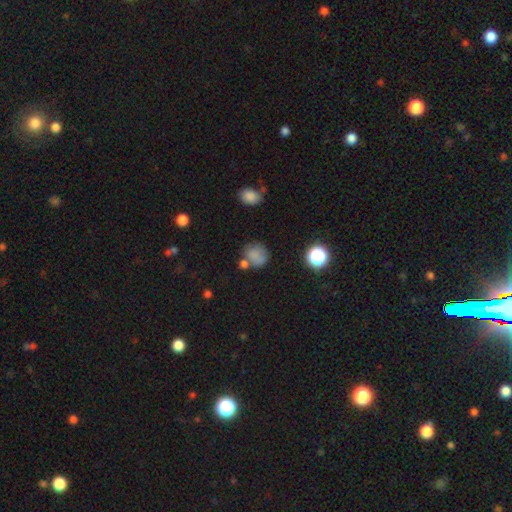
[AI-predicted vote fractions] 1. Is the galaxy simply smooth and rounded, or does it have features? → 74% smooth, 14% star or artifact, 12% featured or disk.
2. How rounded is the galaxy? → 78% round, 21% in between, 1% cigar-shaped.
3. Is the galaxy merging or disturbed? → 53% none, 20% minor disturbance, 17% merger, 11% major disturbance.